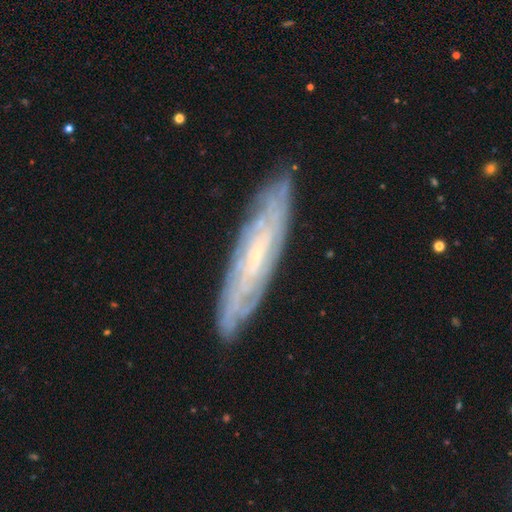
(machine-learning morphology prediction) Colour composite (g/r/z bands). It shows a featured or disk galaxy (74%). Merging: none (85%).